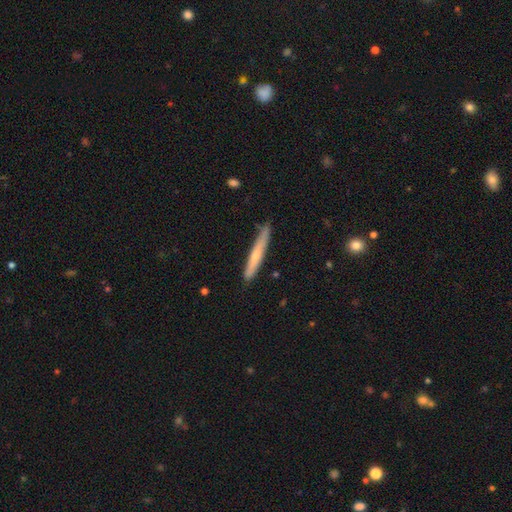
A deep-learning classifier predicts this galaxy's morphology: Q: Smooth or featured?
A: smooth (55%); runner-up: featured or disk (40%)
Q: How rounded?
A: cigar-shaped (96%); runner-up: in between (3%)
Q: Merging?
A: none (83%); runner-up: minor disturbance (14%)